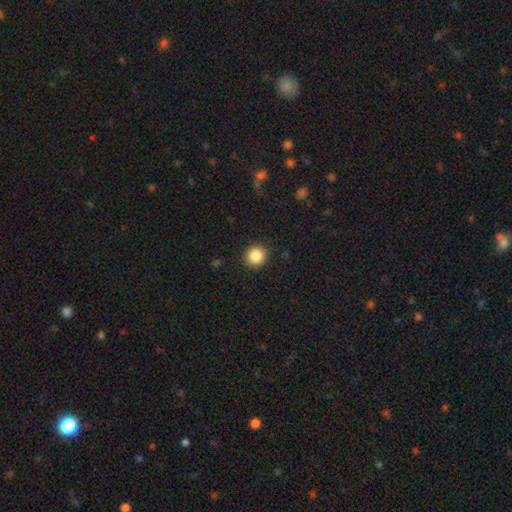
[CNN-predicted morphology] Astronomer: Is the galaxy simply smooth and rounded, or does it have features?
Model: smooth — 86%.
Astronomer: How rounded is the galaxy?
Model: round — 93%.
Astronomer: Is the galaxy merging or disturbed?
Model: none — 91%.